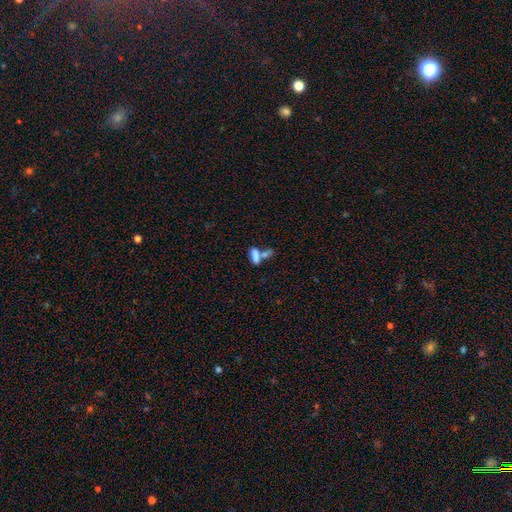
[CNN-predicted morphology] A smooth galaxy with no disk features (76%) that is in between round and cigar-shaped (67%).

Vote fractions:
- Smooth or featured? smooth: 76% / featured or disk: 13% / star or artifact: 10%
- How rounded? in between: 67% / cigar-shaped: 28% / round: 5%
- Merging? merger: 55% / none: 31% / minor disturbance: 9% / major disturbance: 6%